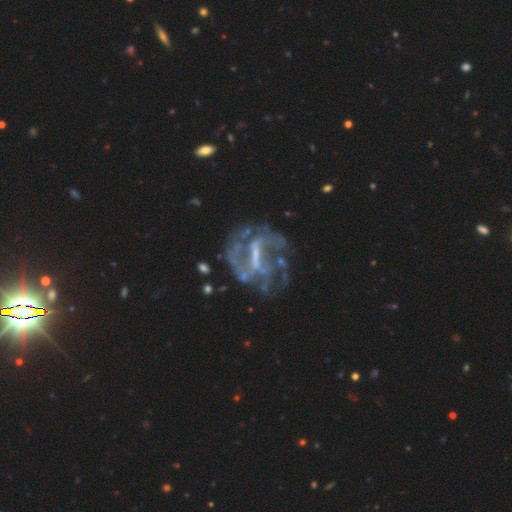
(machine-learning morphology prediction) smooth_or_featured: featured or disk (p=0.83) [alt: star or artifact p=0.09]
disk_edge_on: no (p=0.97) [alt: yes p=0.03]
bar: strong (p=0.47) [alt: weak p=0.38]
has_spiral_arms: yes (p=0.72) [alt: no p=0.28]
spiral_winding: medium (p=0.43) [alt: tight p=0.30]
spiral_arm_count: can't tell (p=0.38) [alt: 2 p=0.31]
bulge_size: small (p=0.40) [alt: none p=0.34]
merging: none (p=0.55) [alt: major disturbance p=0.23]